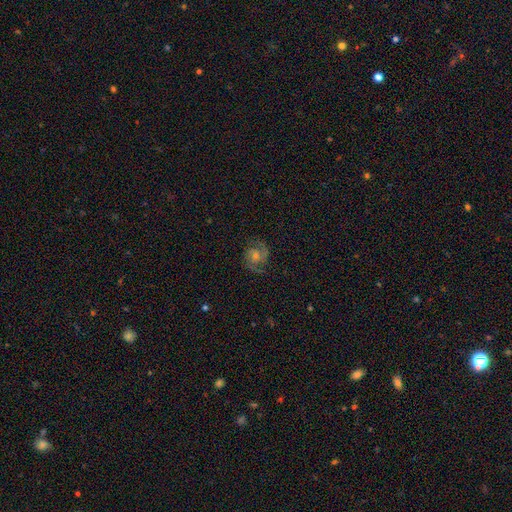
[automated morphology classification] smooth_or_featured: featured or disk (p=0.83) [alt: star or artifact p=0.09]
disk_edge_on: no (p=0.98) [alt: yes p=0.02]
bar: no (p=0.63) [alt: weak p=0.31]
has_spiral_arms: yes (p=0.97) [alt: no p=0.03]
spiral_winding: medium (p=0.49) [alt: tight p=0.40]
spiral_arm_count: 2 (p=0.88) [alt: can't tell p=0.04]
bulge_size: moderate (p=0.46) [alt: small p=0.44]
merging: none (p=0.81) [alt: minor disturbance p=0.13]